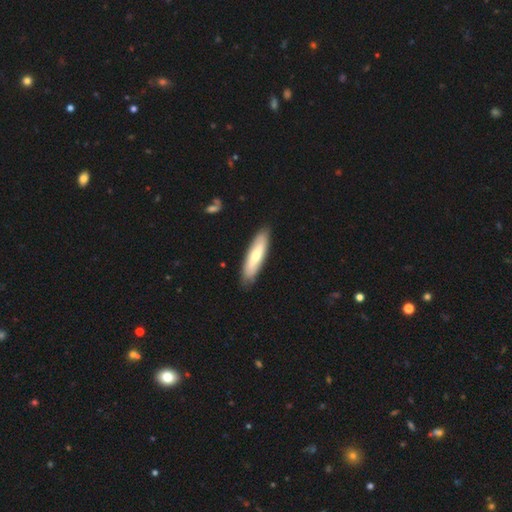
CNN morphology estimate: The model was most divided on "smooth or featured": smooth: 56%, featured or disk: 40%, star or artifact: 5%. More confident: merging — none (85%); how rounded — cigar-shaped (65%).